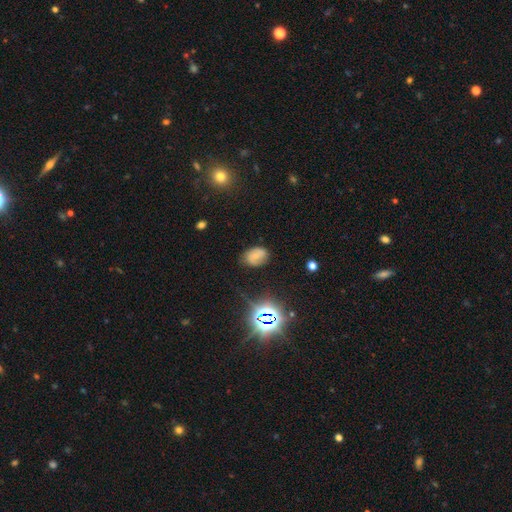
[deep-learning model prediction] Smooth or featured?
  - smooth: 54% *
  - featured or disk: 27%
  - star or artifact: 19%
How rounded?
  - in between: 77% *
  - round: 21%
  - cigar-shaped: 1%
Merging?
  - none: 74% *
  - minor disturbance: 19%
  - major disturbance: 5%
  - merger: 2%